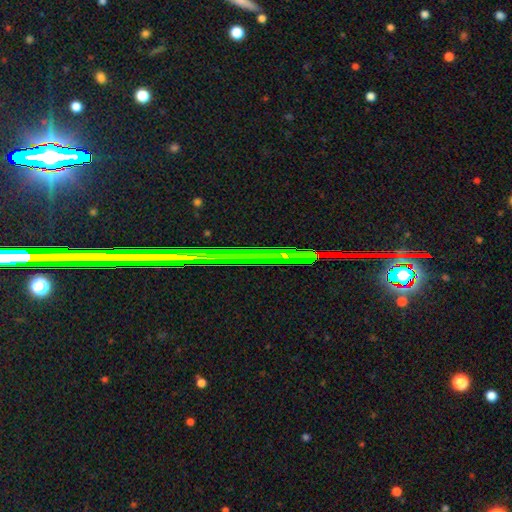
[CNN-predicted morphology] Q: Smooth or featured?
A: star or artifact (72%); runner-up: featured or disk (18%)